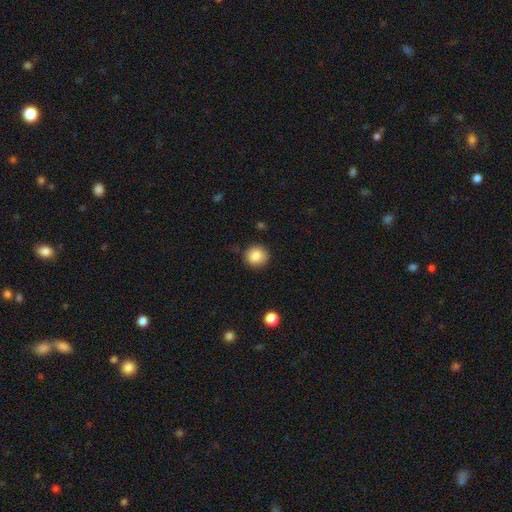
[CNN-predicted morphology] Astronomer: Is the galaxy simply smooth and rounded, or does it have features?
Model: smooth — 86%.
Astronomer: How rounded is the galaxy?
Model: round — 92%.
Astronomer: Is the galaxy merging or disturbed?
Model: none — 87%.